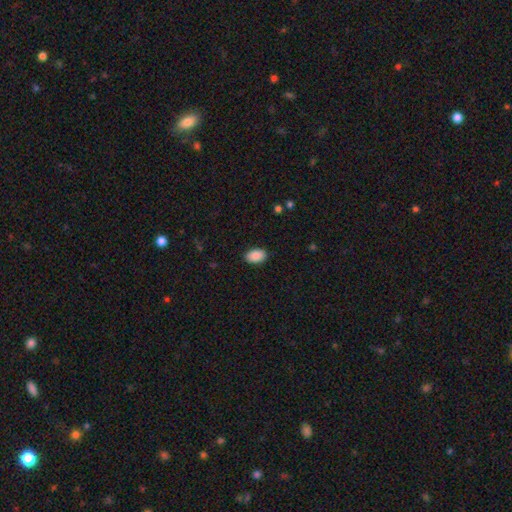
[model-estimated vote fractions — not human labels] This appears to be a smooth galaxy with no disk features (90%) that is in between round and cigar-shaped (92%). Merging: none (89%).